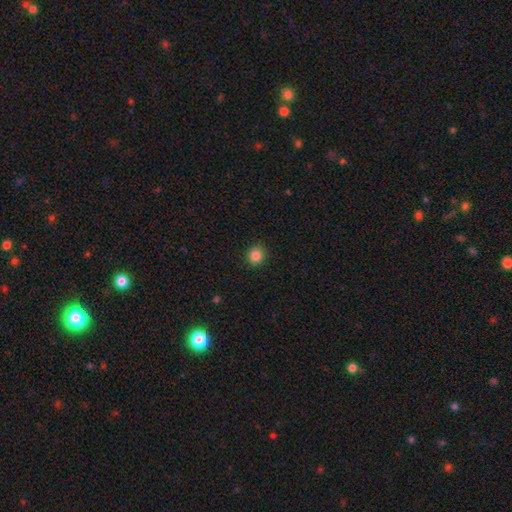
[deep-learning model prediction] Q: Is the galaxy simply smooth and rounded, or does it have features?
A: smooth — 85%.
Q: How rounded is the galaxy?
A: round — 87%.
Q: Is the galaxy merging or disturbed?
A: none — 91%.